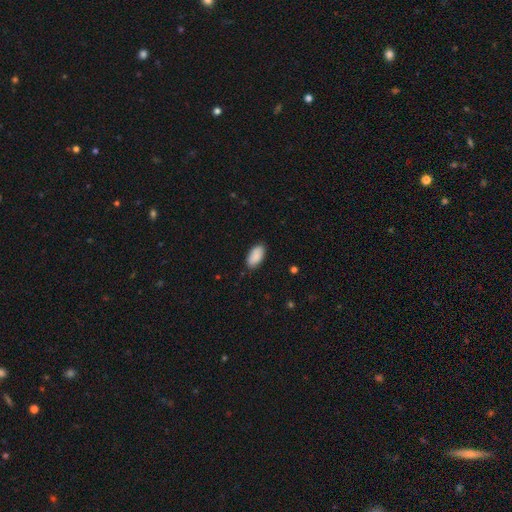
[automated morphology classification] smooth_or_featured: smooth (p=0.90) [alt: star or artifact p=0.06]
how_rounded: in between (p=0.94) [alt: cigar-shaped p=0.04]
merging: none (p=0.85) [alt: minor disturbance p=0.11]